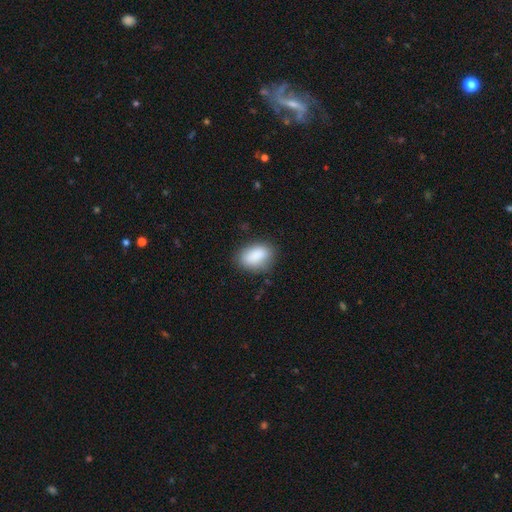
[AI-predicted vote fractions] Smooth or featured? Predicted: smooth (p=0.87). How rounded? Predicted: in between (p=0.87). Merging? Predicted: none (p=0.76).